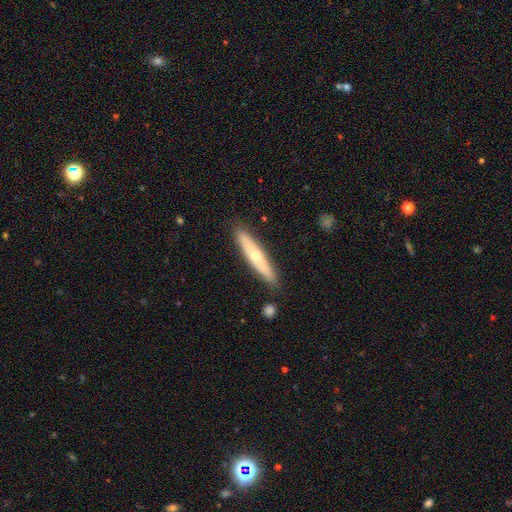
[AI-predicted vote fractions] The model was most divided on "smooth or featured": featured or disk: 48%, smooth: 46%, star or artifact: 6%. More confident: merging — none (88%).